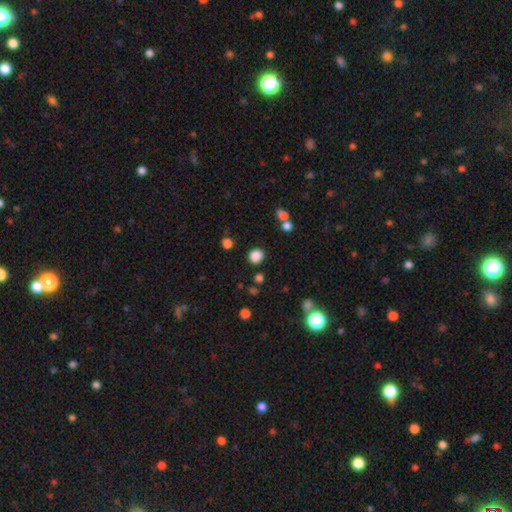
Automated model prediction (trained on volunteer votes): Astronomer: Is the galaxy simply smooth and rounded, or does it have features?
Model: smooth — 83%.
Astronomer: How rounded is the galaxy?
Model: round — 71%.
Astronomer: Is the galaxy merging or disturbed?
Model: none — 82%.